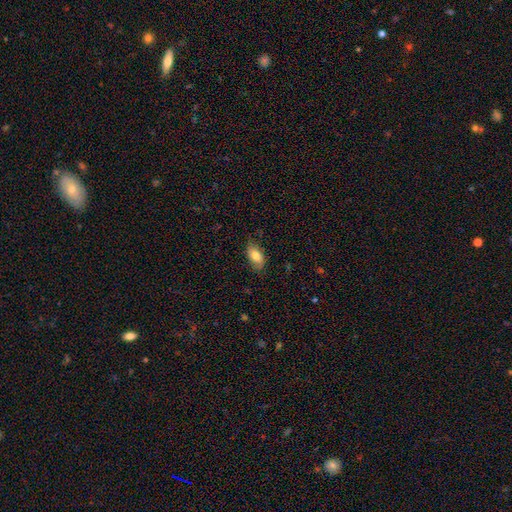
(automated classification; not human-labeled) smooth 78%, featured or disk 16%, star or artifact 7%. Down the decision tree: how rounded — in between (91%); merging — none (77%).